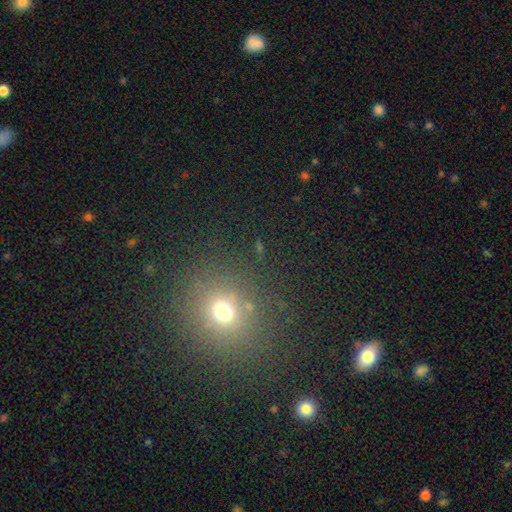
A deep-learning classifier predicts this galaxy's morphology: smooth 57%, star or artifact 35%, featured or disk 8%. Down the decision tree: how rounded — round (86%); merging — none (87%).